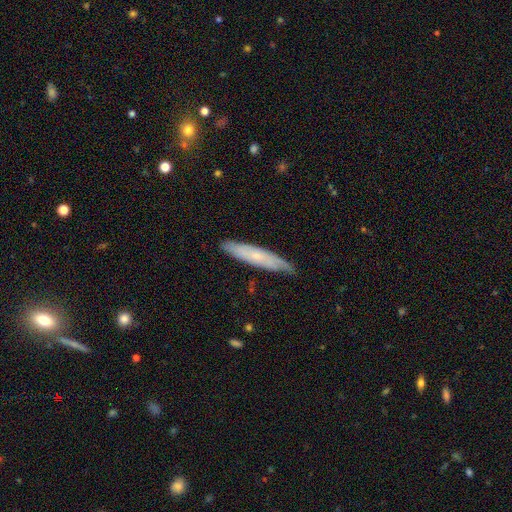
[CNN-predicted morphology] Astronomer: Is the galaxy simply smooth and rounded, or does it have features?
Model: smooth — 51% (runner-up: featured or disk, 43%).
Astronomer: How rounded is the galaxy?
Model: cigar-shaped — 88%.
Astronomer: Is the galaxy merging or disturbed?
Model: none — 80%.